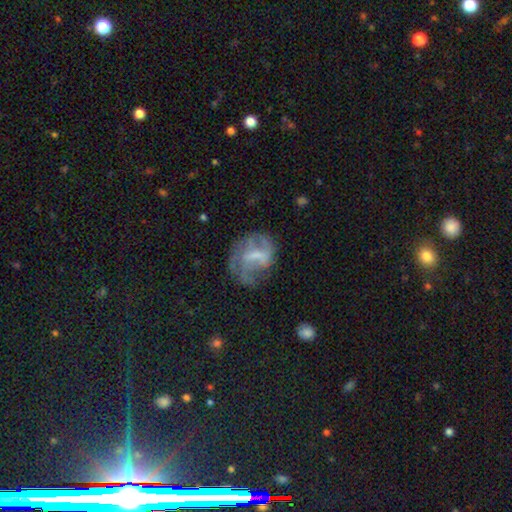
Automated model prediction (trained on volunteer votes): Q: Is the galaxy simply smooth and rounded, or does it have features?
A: featured or disk — 62%.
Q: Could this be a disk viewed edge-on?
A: no — 97%.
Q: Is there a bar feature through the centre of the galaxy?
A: weak — 46%.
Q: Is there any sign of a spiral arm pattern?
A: yes — 61%.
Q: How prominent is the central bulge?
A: none — 40%.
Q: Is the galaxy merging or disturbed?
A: none — 45%.